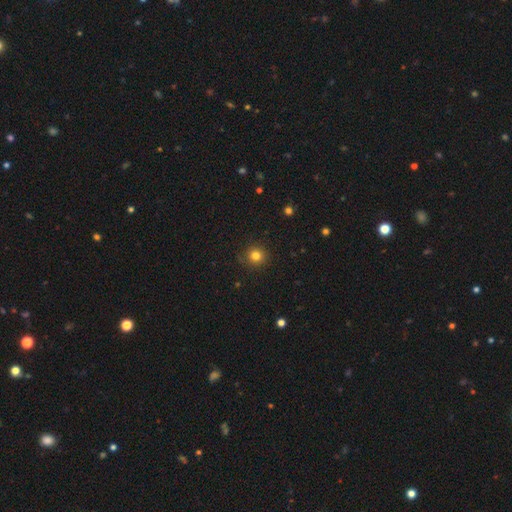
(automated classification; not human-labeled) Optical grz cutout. It shows a smooth galaxy with no disk features (81%) that is round (91%). Merging: none (87%).